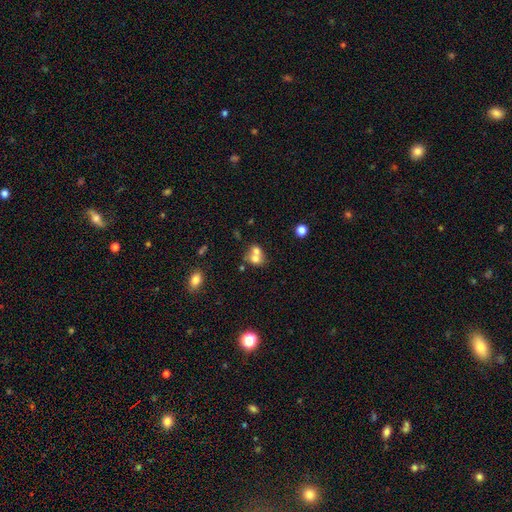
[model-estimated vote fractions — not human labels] Morphology: type=smooth (68%); roundness=round (67%); merging=merger (63%).